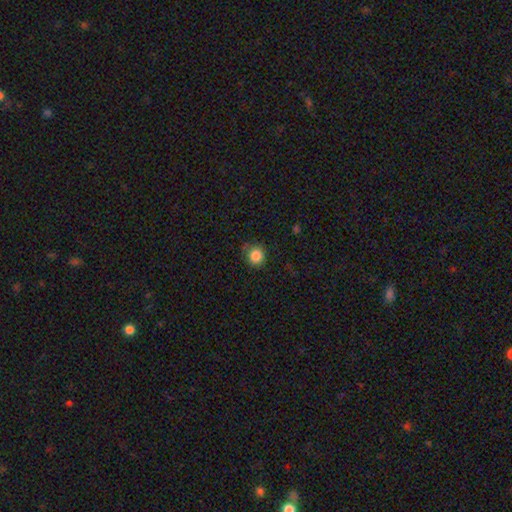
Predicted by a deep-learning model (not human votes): Smooth or featured? Predicted: smooth (p=0.85). How rounded? Predicted: round (p=0.87). Merging? Predicted: none (p=0.78).